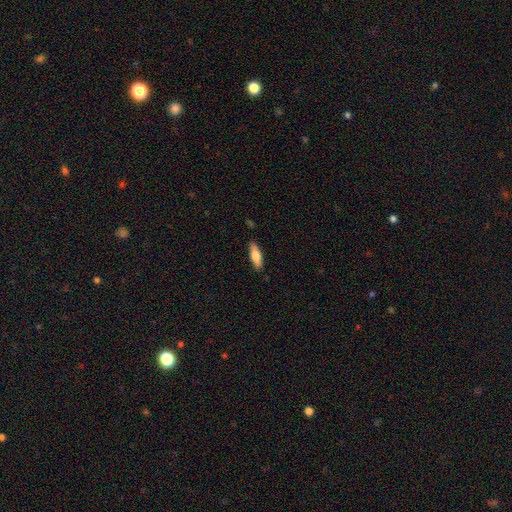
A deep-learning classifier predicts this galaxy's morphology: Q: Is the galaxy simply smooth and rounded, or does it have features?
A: smooth — 72%.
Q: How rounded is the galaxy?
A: cigar-shaped — 50%.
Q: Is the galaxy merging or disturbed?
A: none — 85%.